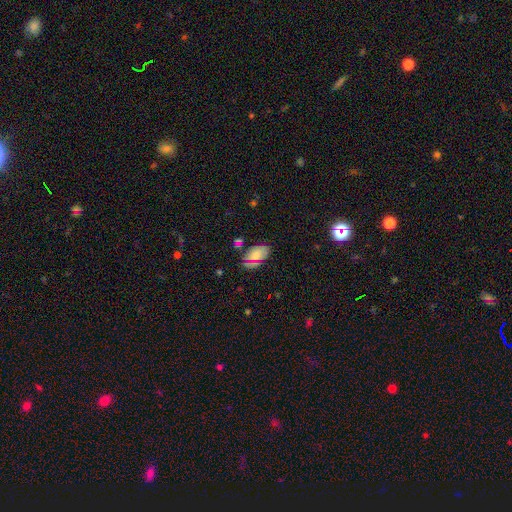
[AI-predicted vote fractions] Smooth or featured? Predicted: smooth (p=0.68). How rounded? Predicted: in between (p=0.90). Merging? Predicted: none (p=0.71).